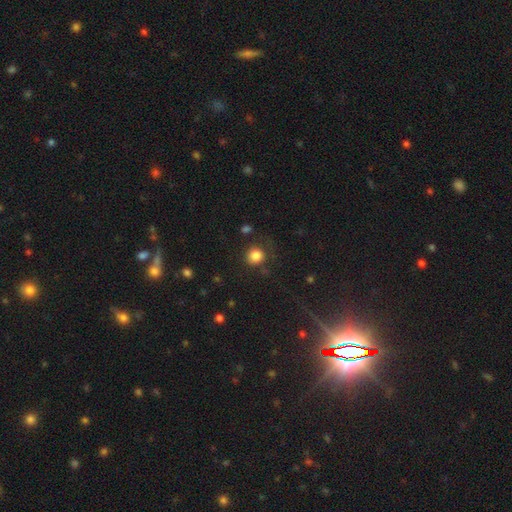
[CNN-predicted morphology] smooth_or_featured: smooth (p=0.84) [alt: star or artifact p=0.11]
how_rounded: round (p=0.91) [alt: in between p=0.08]
merging: none (p=0.79) [alt: minor disturbance p=0.12]